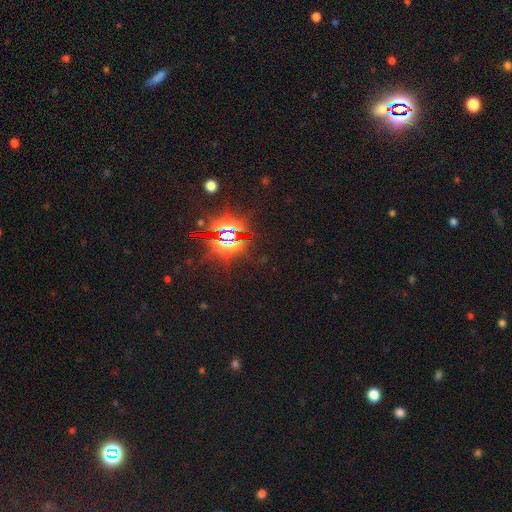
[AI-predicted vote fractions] Smooth or featured?
  - star or artifact: 84% *
  - smooth: 9%
  - featured or disk: 7%